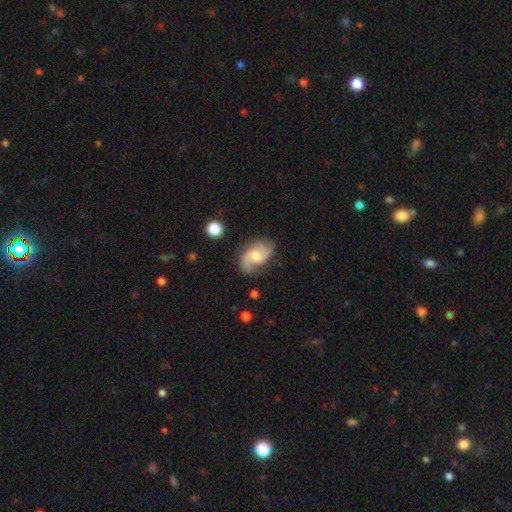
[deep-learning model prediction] Smooth or featured? featured or disk (67%)
Edge-on disk? no (97%)
Bar? no (54%)
Spiral arms? yes (93%)
Spiral winding? medium (42%, tied with loose)
Spiral arm count? 2 (81%)
Bulge size? moderate (57%)
Merging? none (68%)